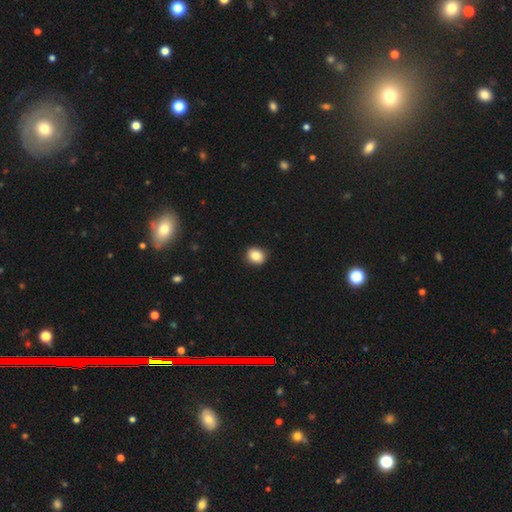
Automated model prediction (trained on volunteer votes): Smooth or featured?
  - smooth: 86% *
  - star or artifact: 9%
  - featured or disk: 5%
How rounded?
  - round: 63% *
  - in between: 36%
  - cigar-shaped: 1%
Merging?
  - none: 89% *
  - minor disturbance: 8%
  - major disturbance: 2%
  - merger: 1%